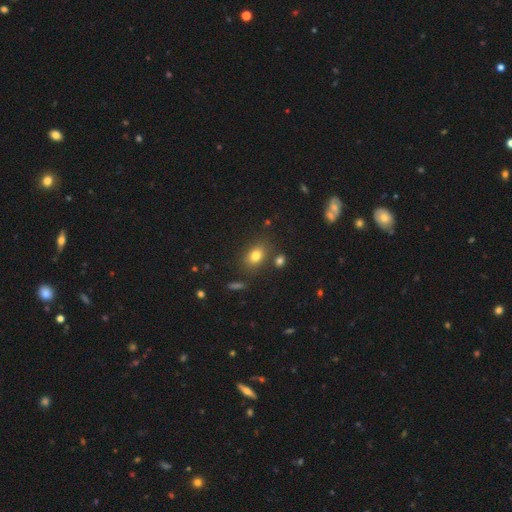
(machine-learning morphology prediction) This appears to be a smooth galaxy with no disk features (79%) that is in between round and cigar-shaped (71%). Merging: none (78%).